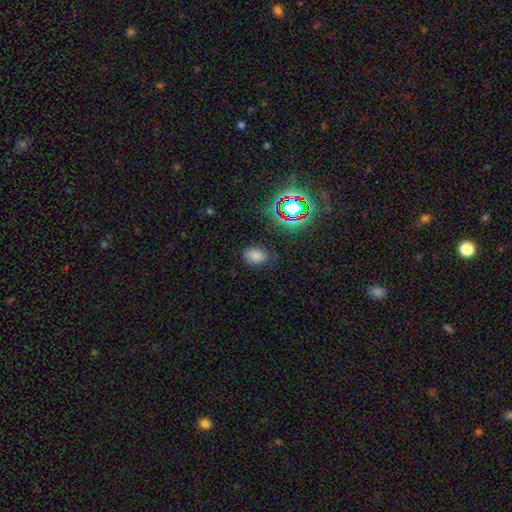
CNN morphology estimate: smooth_or_featured: smooth (p=0.74) [alt: star or artifact p=0.19]
how_rounded: in between (p=0.83) [alt: round p=0.15]
merging: none (p=0.78) [alt: minor disturbance p=0.15]